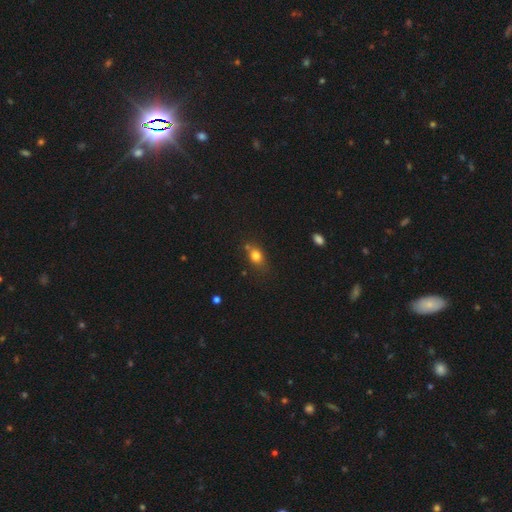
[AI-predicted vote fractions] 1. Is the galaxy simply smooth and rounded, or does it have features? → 79% smooth, 12% star or artifact, 10% featured or disk.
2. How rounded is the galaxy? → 58% in between, 39% round, 3% cigar-shaped.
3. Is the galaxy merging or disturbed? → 63% none, 22% minor disturbance, 9% merger, 6% major disturbance.